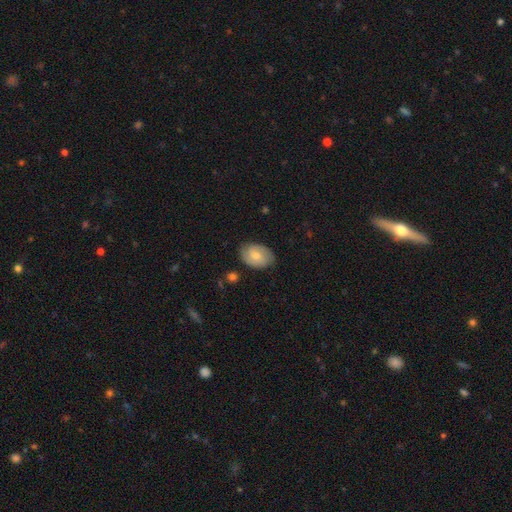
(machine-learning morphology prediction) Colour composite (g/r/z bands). It shows a smooth galaxy with no disk features (56%) that is in between round and cigar-shaped (82%). Merging: none (80%).